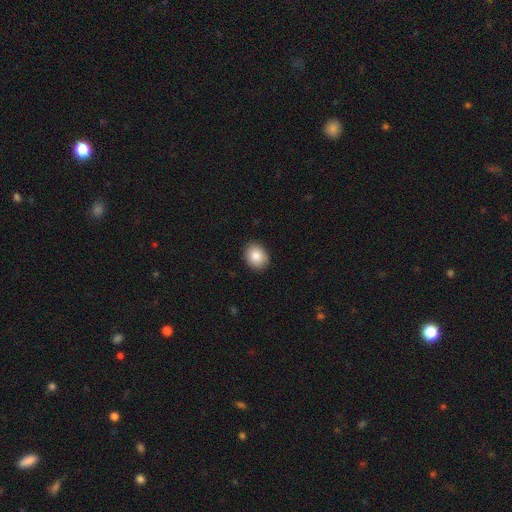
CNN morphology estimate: This appears to be a smooth galaxy with no disk features (85%) that is round (52%). Merging: none (89%).